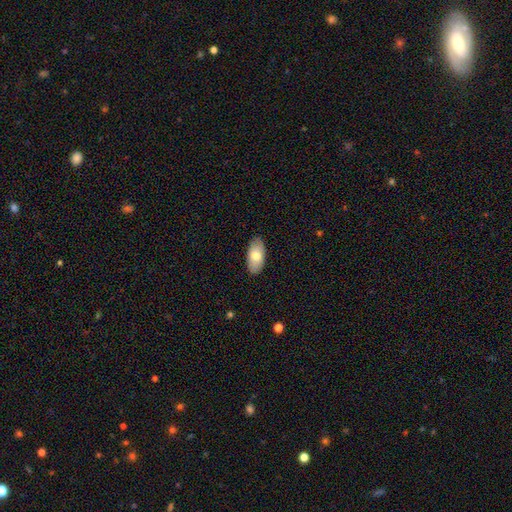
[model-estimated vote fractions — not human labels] Q: Smooth or featured?
A: smooth (74%); runner-up: featured or disk (20%)
Q: How rounded?
A: in between (93%); runner-up: cigar-shaped (4%)
Q: Merging?
A: none (87%); runner-up: minor disturbance (10%)